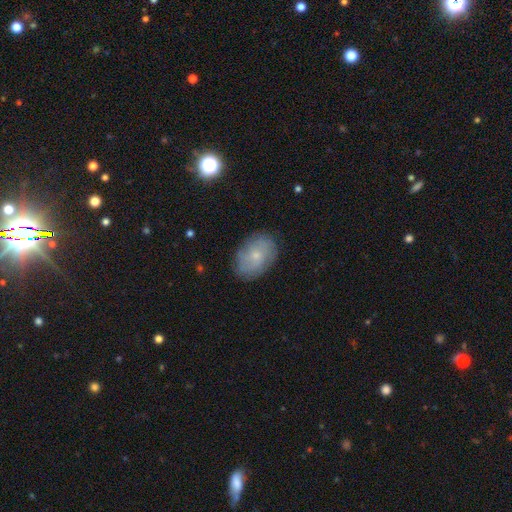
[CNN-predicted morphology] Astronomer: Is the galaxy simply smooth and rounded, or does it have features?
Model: smooth — 56% (runner-up: featured or disk, 34%).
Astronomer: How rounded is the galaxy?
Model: in between — 79%.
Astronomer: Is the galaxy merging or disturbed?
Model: none — 81%.